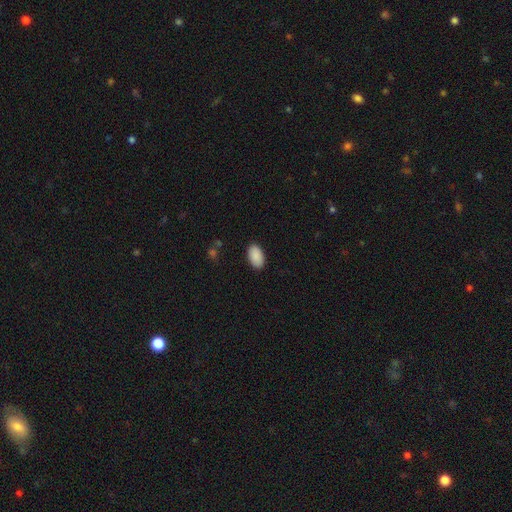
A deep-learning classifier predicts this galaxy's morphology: Smooth or featured? Predicted: smooth (p=0.91). How rounded? Predicted: in between (p=0.95). Merging? Predicted: none (p=0.89).